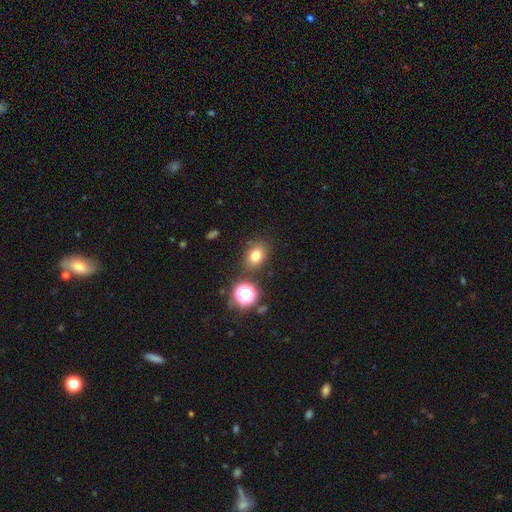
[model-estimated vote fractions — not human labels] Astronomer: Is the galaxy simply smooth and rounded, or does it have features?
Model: smooth — 74%.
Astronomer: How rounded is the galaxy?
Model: in between — 52% (runner-up: round, 47%).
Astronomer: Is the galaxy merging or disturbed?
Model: none — 80%.